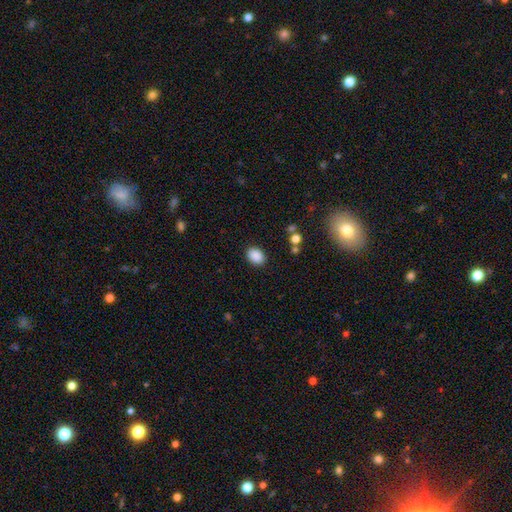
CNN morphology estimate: Smooth or featured?
  - smooth: 88% *
  - star or artifact: 9%
  - featured or disk: 3%
How rounded?
  - in between: 75% *
  - round: 24%
  - cigar-shaped: 1%
Merging?
  - none: 88% *
  - minor disturbance: 8%
  - major disturbance: 3%
  - merger: 1%